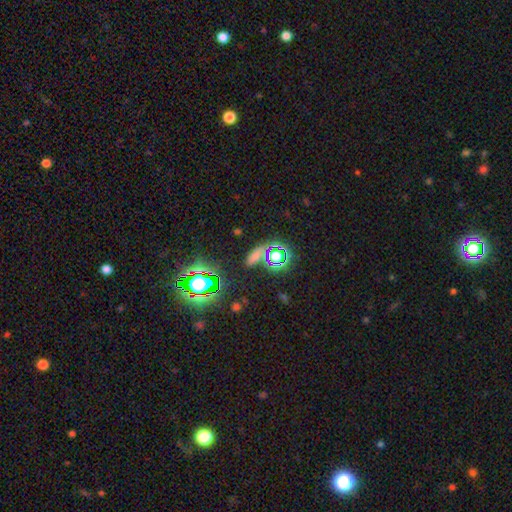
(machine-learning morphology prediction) This appears to be a smooth galaxy with no disk features (51%) that is in between round and cigar-shaped (59%). Merging: none (73%).